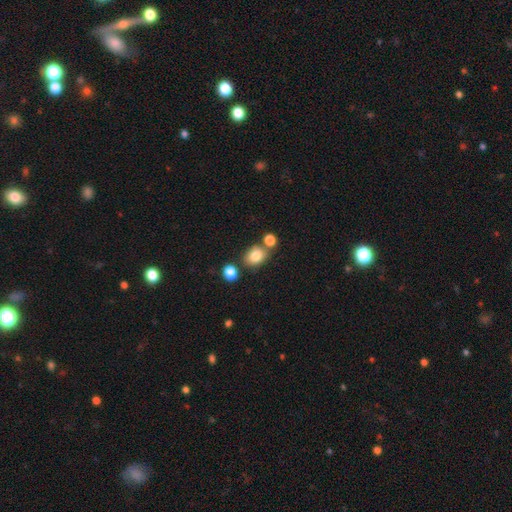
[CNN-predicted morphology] Smooth or featured? Predicted: smooth (p=0.82). How rounded? Predicted: in between (p=0.60). Merging? Predicted: none (p=0.68).